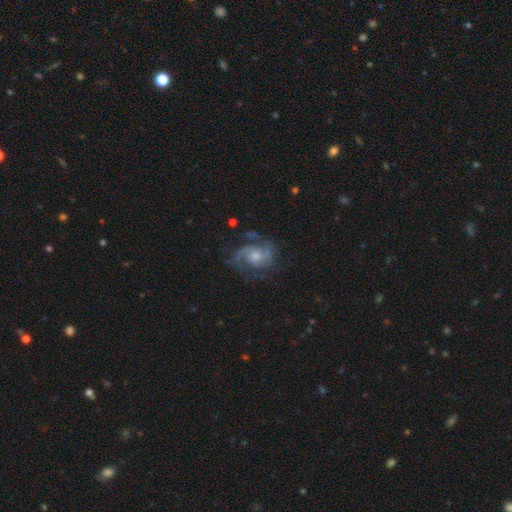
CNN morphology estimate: A featured or disk galaxy (85%) with no bar (69%), 2 (58%) medium (50%) spiral arms (95%) and a moderate central bulge (51%). Merging: none (64%).